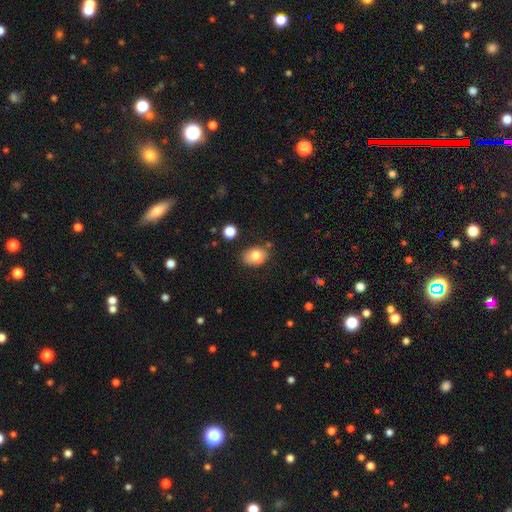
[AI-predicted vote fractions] A smooth galaxy with no disk features (78%) that is in between round and cigar-shaped (70%). Merging: none (71%).